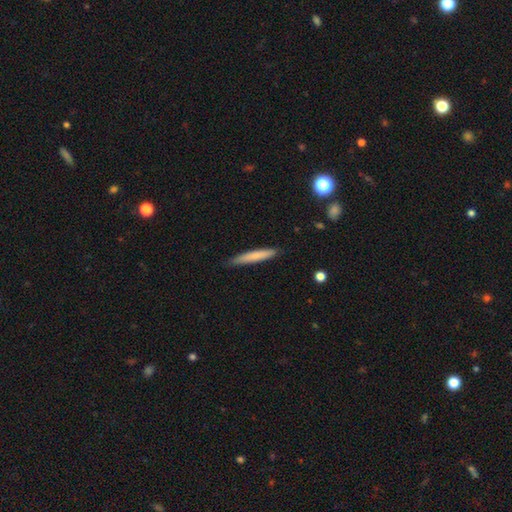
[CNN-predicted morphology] This appears to be a smooth galaxy with no disk features (75%) that is cigar-shaped (94%). Merging: none (85%).